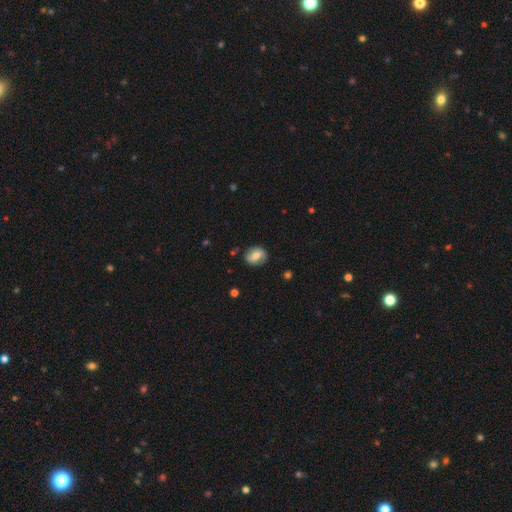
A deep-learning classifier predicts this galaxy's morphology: This appears to be a smooth galaxy with no disk features (49%). Merging: none (78%).